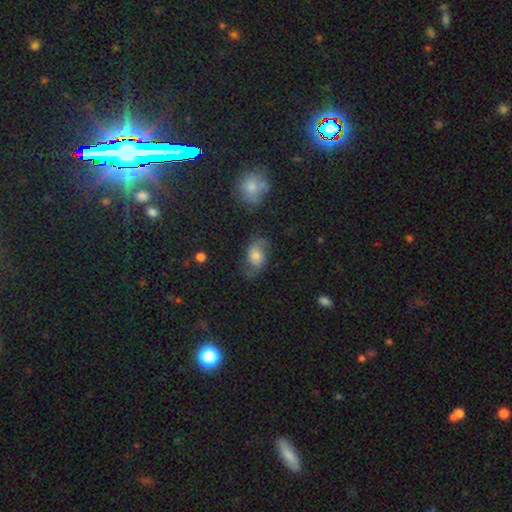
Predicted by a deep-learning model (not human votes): A featured or disk galaxy (49%).

Vote fractions:
- Smooth or featured? featured or disk: 49% / smooth: 39% / star or artifact: 12%
- Merging? none: 59% / minor disturbance: 24% / major disturbance: 15% / merger: 2%